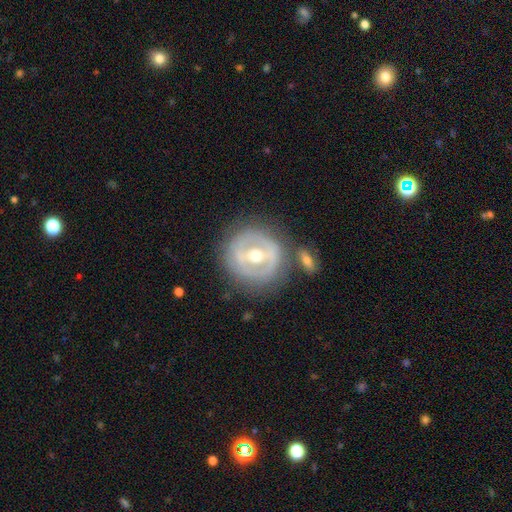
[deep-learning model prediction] A featured or disk galaxy (70%) with a strong bar (38%), no spiral arms (69%) and a moderate central bulge (76%).

Vote fractions:
- Smooth or featured? featured or disk: 70% / smooth: 24% / star or artifact: 6%
- Edge-on disk? no: 94% / yes: 6%
- Bar? strong: 38% / weak: 37% / no: 24%
- Spiral arms? no: 69% / yes: 31%
- Bulge size? moderate: 76% / small: 16% / large: 6% / none: 1% / dominant: 1%
- Merging? none: 72% / minor disturbance: 13% / merger: 8% / major disturbance: 6%